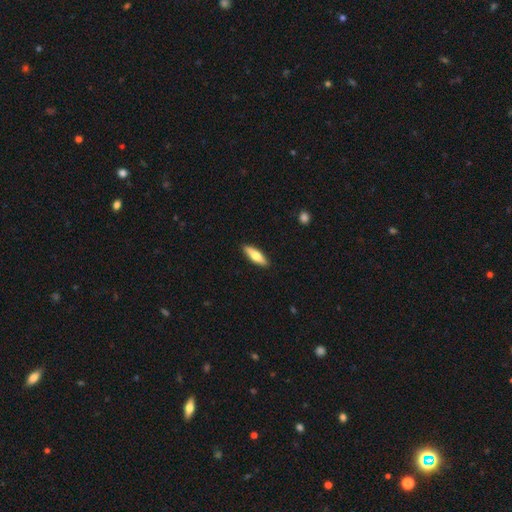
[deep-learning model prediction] Overall: smooth (63%; featured or disk 31%). How rounded: cigar-shaped (54%; in between 44%). Merging: none (90%).